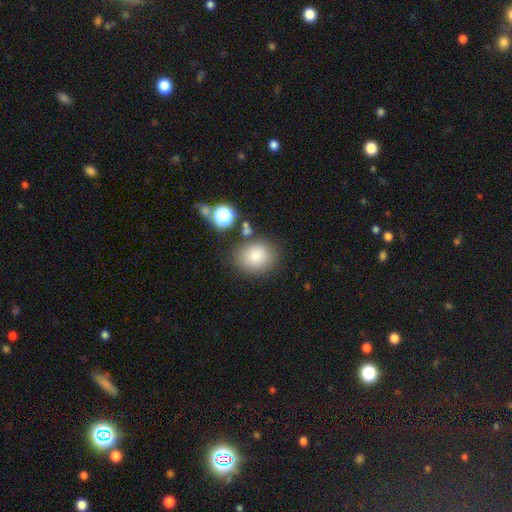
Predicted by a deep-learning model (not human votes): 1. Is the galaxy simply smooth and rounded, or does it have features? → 83% smooth, 10% star or artifact, 7% featured or disk.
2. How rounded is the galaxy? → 55% round, 44% in between, 1% cigar-shaped.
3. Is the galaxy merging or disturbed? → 75% none, 13% minor disturbance, 7% merger, 5% major disturbance.